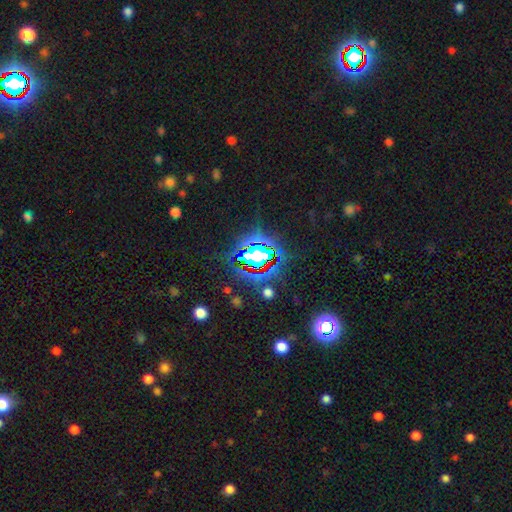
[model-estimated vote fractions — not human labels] Q: Smooth or featured?
A: star or artifact (71%); runner-up: smooth (17%)